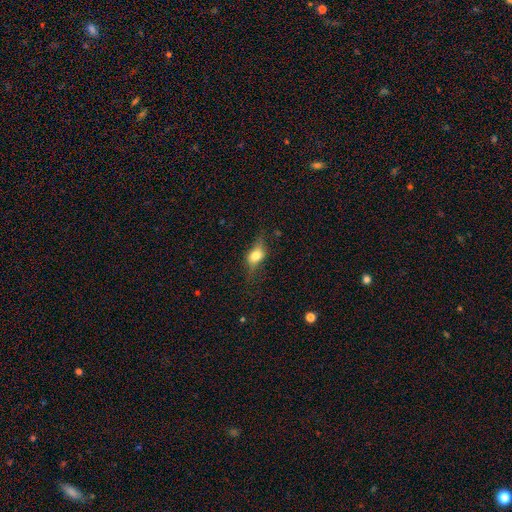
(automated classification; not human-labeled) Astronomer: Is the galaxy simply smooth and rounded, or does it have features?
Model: smooth — 55% (runner-up: featured or disk, 35%).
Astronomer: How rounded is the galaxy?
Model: in between — 66%.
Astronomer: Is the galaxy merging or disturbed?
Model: none — 67%.